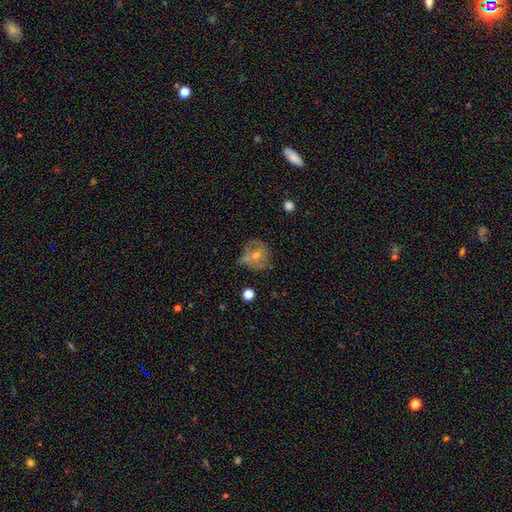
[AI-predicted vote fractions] featured or disk 53%, smooth 31%, star or artifact 16%. Down the decision tree: edge-on disk — no (95%); bar — no (72%); spiral arms — yes (53%); bulge size — moderate (48%); merging — none (58%).